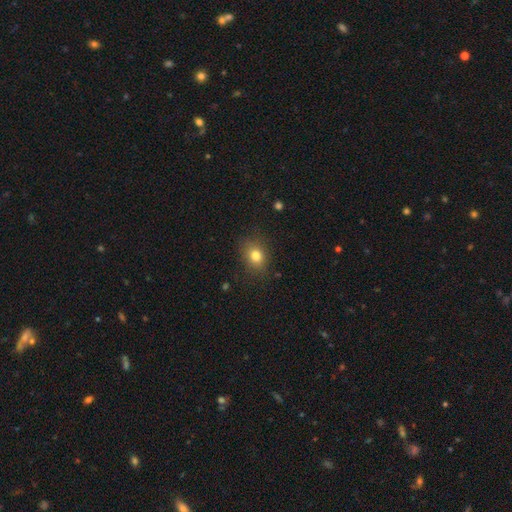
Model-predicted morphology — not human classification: Smooth or featured?
  - smooth: 80% *
  - star or artifact: 12%
  - featured or disk: 8%
How rounded?
  - round: 50% *
  - in between: 49%
  - cigar-shaped: 1%
Merging?
  - none: 82% *
  - minor disturbance: 13%
  - major disturbance: 4%
  - merger: 1%